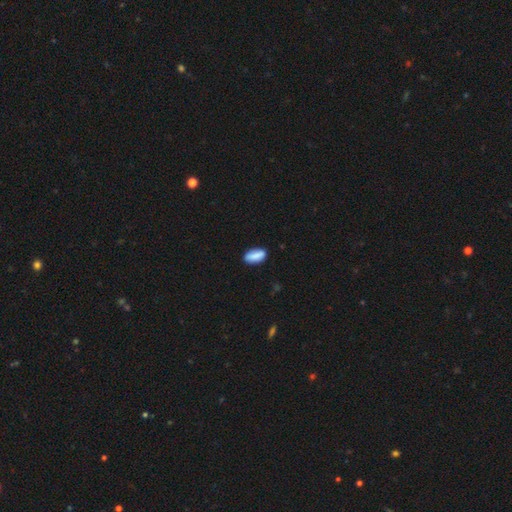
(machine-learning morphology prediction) smooth 84%, featured or disk 9%, star or artifact 7%. Down the decision tree: how rounded — in between (87%); merging — none (82%).